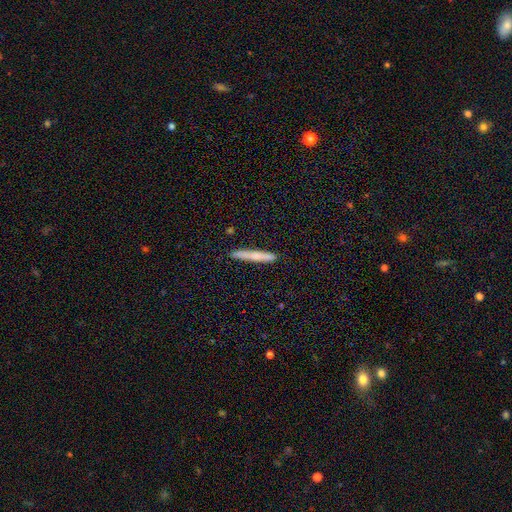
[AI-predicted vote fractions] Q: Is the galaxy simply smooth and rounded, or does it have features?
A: smooth — 66%.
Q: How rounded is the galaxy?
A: cigar-shaped — 95%.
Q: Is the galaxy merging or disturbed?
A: none — 90%.